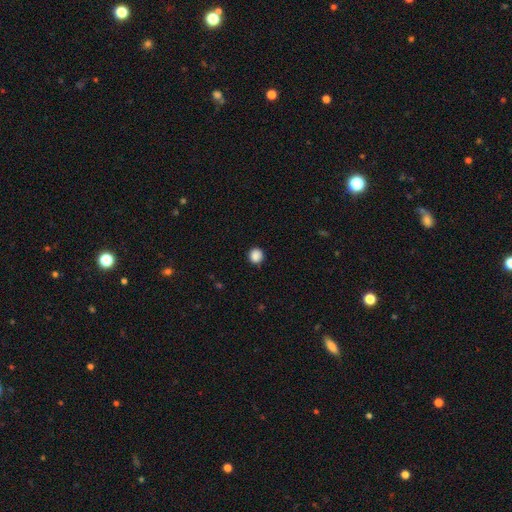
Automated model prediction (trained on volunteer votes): Morphology: type=smooth (88%); roundness=round (89%); merging=none (89%).